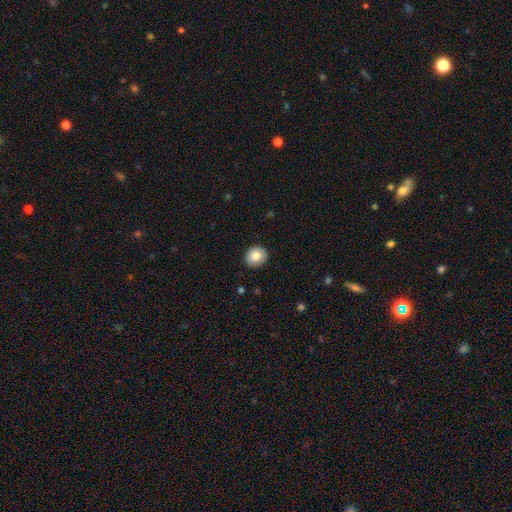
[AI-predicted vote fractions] Morphology: type=smooth (83%); roundness=round (84%); merging=none (88%).